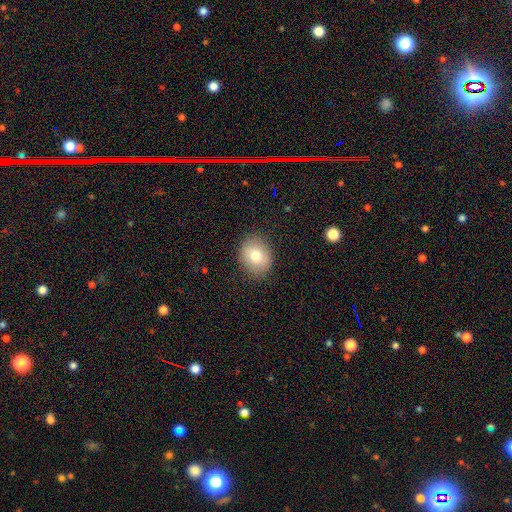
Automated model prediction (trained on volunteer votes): Overall: smooth (77%). How rounded: round (60%; in between 40%). Merging: none (86%).